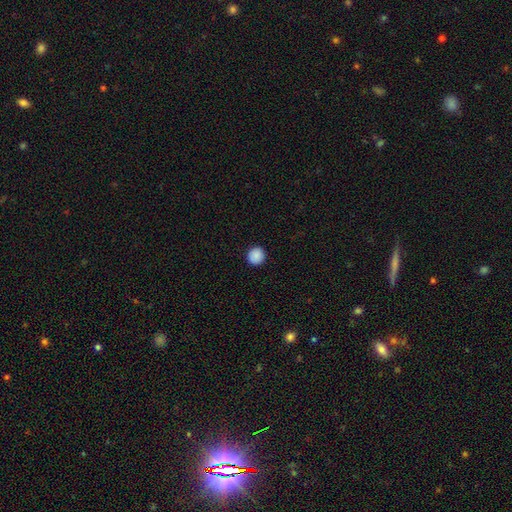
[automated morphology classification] The model was most divided on "smooth or featured": smooth: 89%, star or artifact: 8%, featured or disk: 3%. More confident: how rounded — round (92%); merging — none (92%).